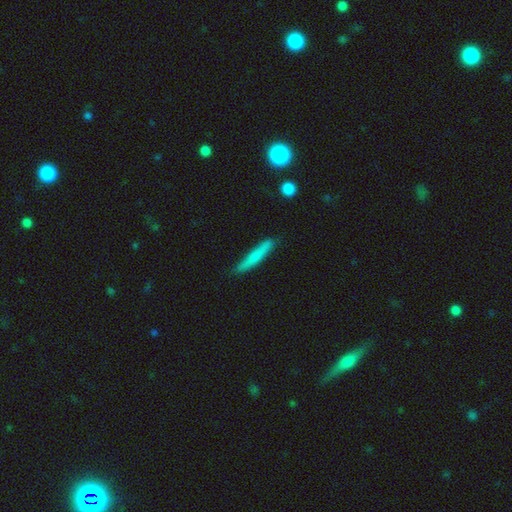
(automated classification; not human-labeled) This appears to be a smooth galaxy with no disk features (71%) that is cigar-shaped (94%). Merging: none (83%).